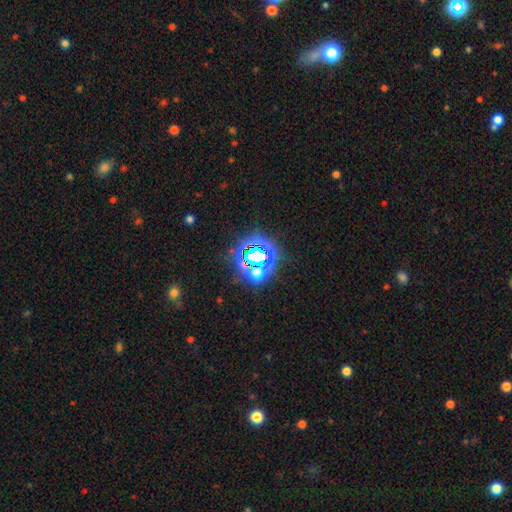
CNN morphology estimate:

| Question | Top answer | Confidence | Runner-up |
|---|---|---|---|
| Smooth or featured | star or artifact | 71% | smooth (18%) |